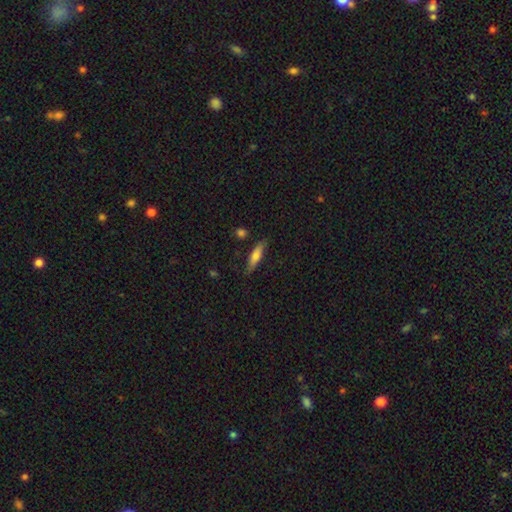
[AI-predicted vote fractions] Smooth or featured: smooth — 69% (featured or disk — 25%)
How rounded: cigar-shaped — 68% (in between — 30%)
Merging: none — 81% (minor disturbance — 14%)